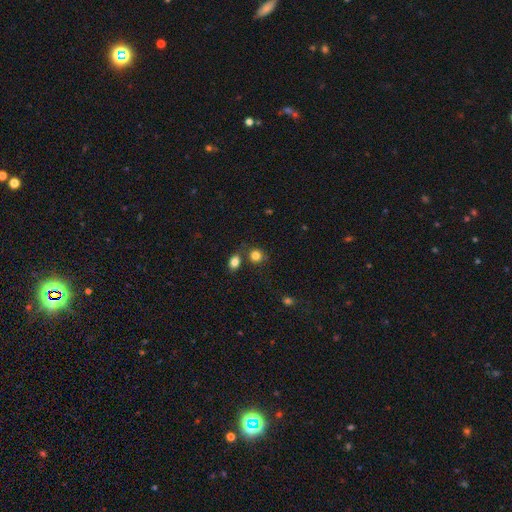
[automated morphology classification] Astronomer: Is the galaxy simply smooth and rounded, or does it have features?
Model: smooth — 82%.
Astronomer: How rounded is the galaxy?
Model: round — 79%.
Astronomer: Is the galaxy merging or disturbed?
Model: none — 67%.